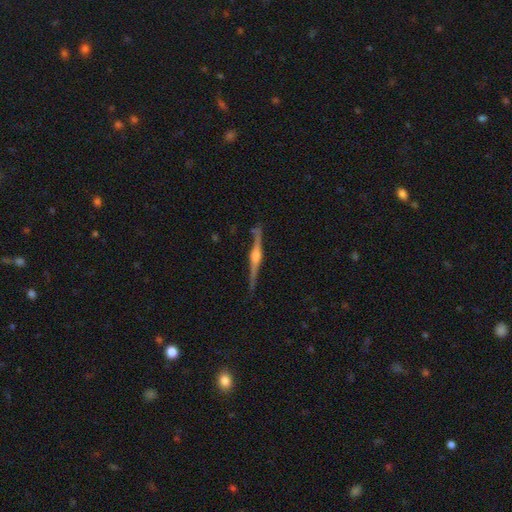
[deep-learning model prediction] Smooth or featured: featured or disk — 86% (smooth — 9%)
Edge-on disk: yes — 98% (no — 2%)
Edge-on bulge: rounded — 88% (boxy — 9%)
Merging: none — 86% (minor disturbance — 11%)